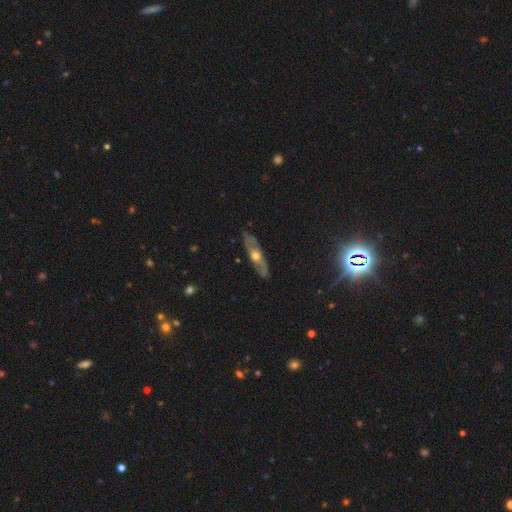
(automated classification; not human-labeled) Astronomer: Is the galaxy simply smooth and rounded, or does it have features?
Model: featured or disk — 69%.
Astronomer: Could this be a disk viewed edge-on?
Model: no — 53% (runner-up: yes, 47%).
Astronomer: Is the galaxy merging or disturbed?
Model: none — 82%.